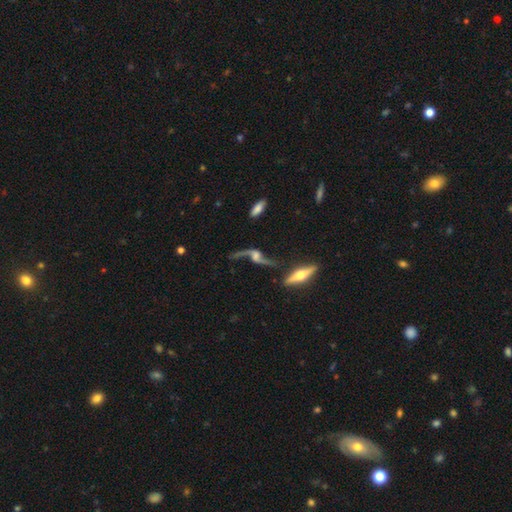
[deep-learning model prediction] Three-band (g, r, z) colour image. It shows a featured or disk galaxy (88%) with no bar (56%), 2 (93%) loose (93%) spiral arms (95%) and a moderate central bulge (32%). Merging: none (62%).